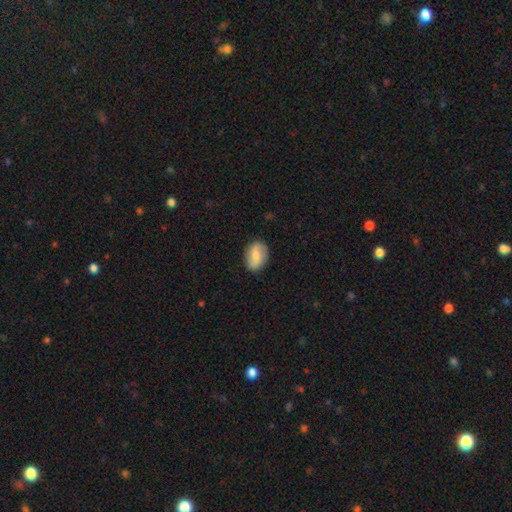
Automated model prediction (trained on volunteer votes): Smooth or featured: smooth — 69% (featured or disk — 24%)
How rounded: in between — 84% (round — 14%)
Merging: none — 84% (minor disturbance — 12%)